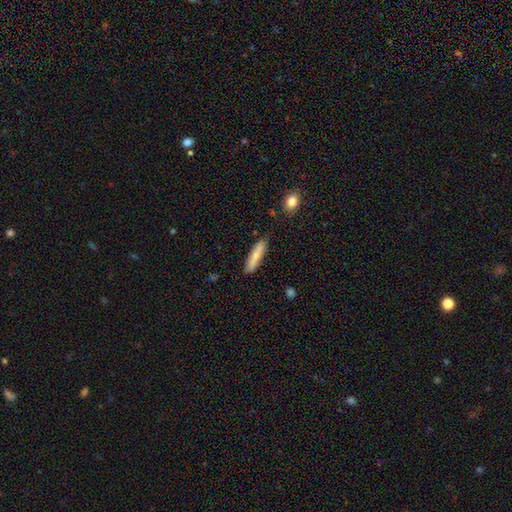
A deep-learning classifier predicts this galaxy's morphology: This appears to be a smooth galaxy with no disk features (75%) that is cigar-shaped (79%). Merging: none (83%).